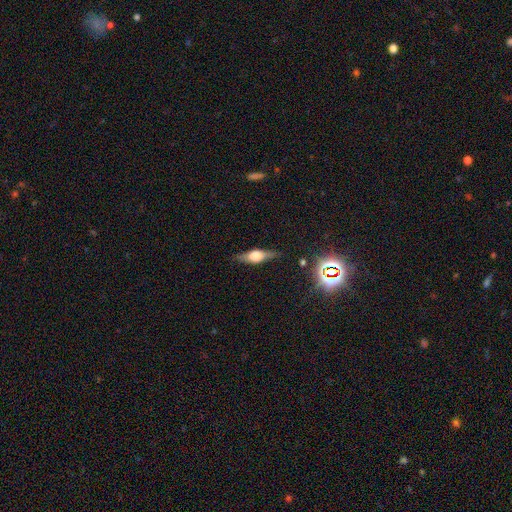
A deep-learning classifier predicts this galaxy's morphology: A featured or disk galaxy (62%) viewed edge-on (94%) with a rounded central bulge (87%). Merging: none (82%).